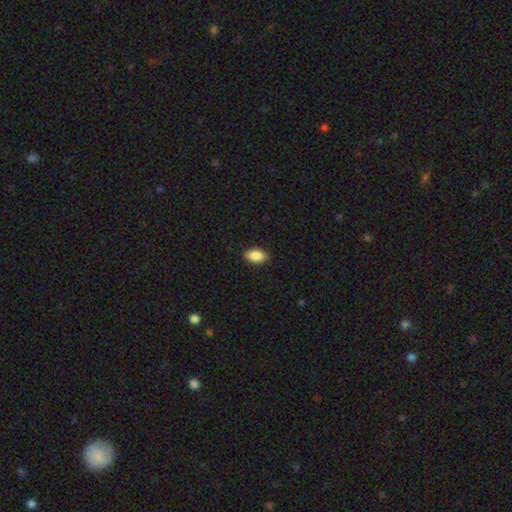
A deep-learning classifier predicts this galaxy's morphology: smooth_or_featured: smooth (p=0.87) [alt: star or artifact p=0.07]
how_rounded: in between (p=0.92) [alt: round p=0.06]
merging: none (p=0.89) [alt: minor disturbance p=0.08]